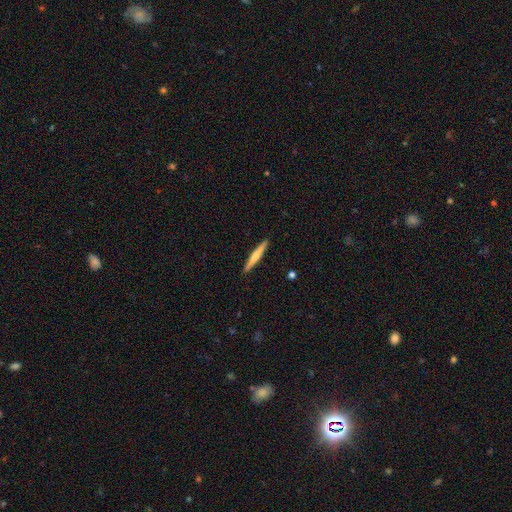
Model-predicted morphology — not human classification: Q: Smooth or featured?
A: smooth (53%); runner-up: featured or disk (42%)
Q: How rounded?
A: cigar-shaped (95%); runner-up: in between (4%)
Q: Merging?
A: none (92%); runner-up: minor disturbance (6%)